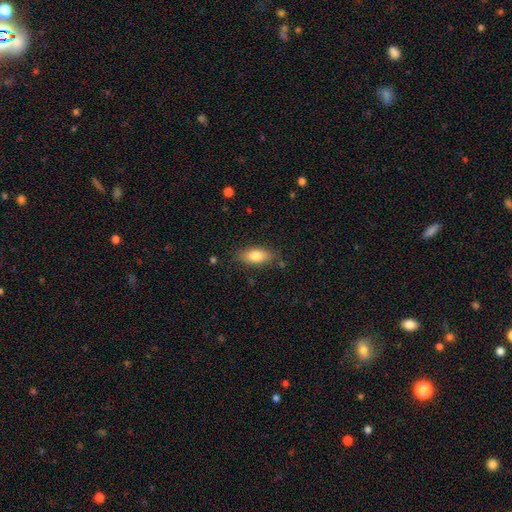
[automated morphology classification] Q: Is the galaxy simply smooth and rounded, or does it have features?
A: smooth — 79%.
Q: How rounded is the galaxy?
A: in between — 83%.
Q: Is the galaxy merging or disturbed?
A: none — 81%.